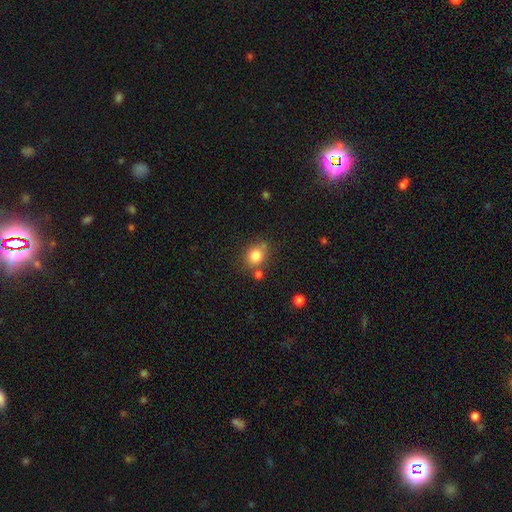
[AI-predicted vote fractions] Smooth or featured?
  - smooth: 81% *
  - star or artifact: 11%
  - featured or disk: 8%
How rounded?
  - round: 65% *
  - in between: 34%
  - cigar-shaped: 1%
Merging?
  - none: 66% *
  - minor disturbance: 16%
  - merger: 14%
  - major disturbance: 5%